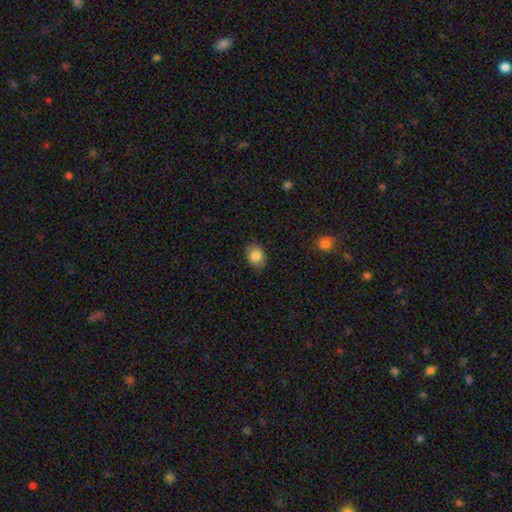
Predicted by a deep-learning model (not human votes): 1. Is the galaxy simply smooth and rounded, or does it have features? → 83% smooth, 9% featured or disk, 8% star or artifact.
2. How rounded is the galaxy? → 61% in between, 38% round, 1% cigar-shaped.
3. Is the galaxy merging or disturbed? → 84% none, 13% minor disturbance, 3% major disturbance, 1% merger.